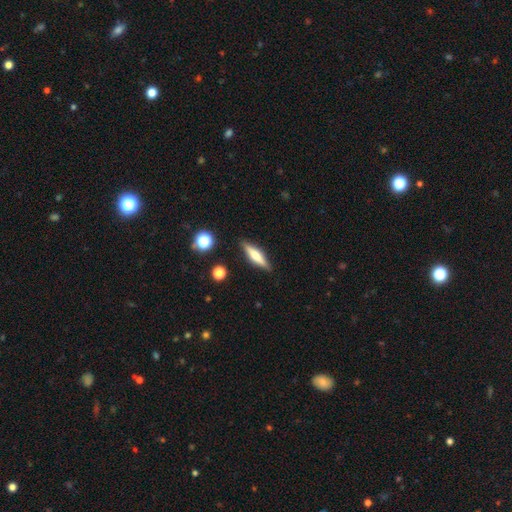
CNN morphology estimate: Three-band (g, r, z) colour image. It shows a featured or disk galaxy (47%). Merging: none (87%).